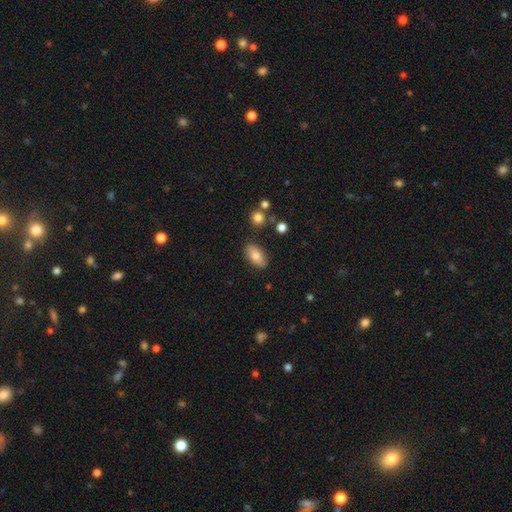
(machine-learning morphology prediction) Smooth or featured? smooth (76%)
How rounded? in between (91%)
Merging? none (84%)